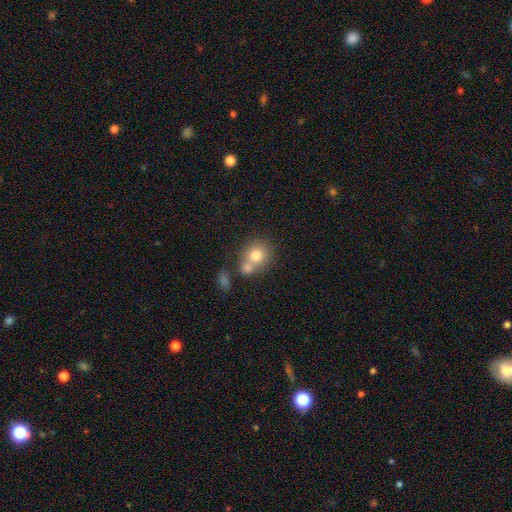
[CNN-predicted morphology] Overall: smooth (77%). How rounded: round (79%). Merging: merger (47%; none 40%).